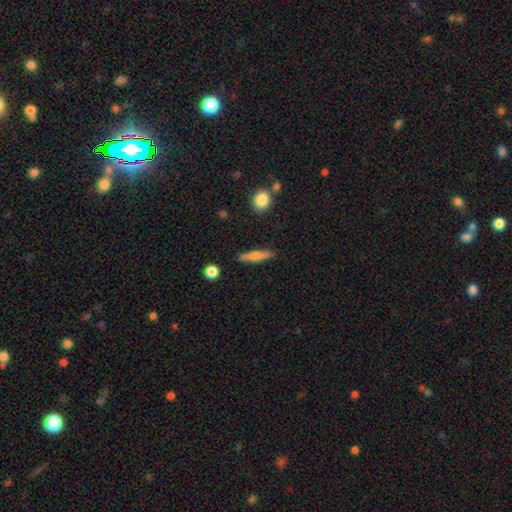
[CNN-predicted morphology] A smooth galaxy with no disk features (68%) that is cigar-shaped (82%). Merging: none (87%).